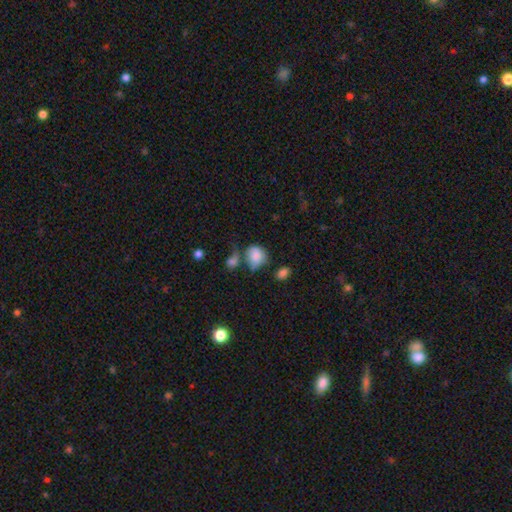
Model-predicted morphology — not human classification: Smooth or featured?
  - smooth: 82% *
  - featured or disk: 9%
  - star or artifact: 9%
How rounded?
  - round: 58% *
  - in between: 41%
  - cigar-shaped: 1%
Merging?
  - none: 37% *
  - minor disturbance: 25%
  - merger: 22%
  - major disturbance: 16%